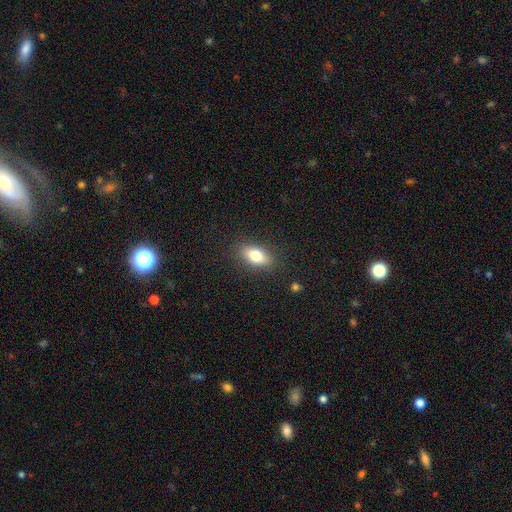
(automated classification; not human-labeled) Smooth or featured? Predicted: smooth (p=0.77). How rounded? Predicted: in between (p=0.84). Merging? Predicted: none (p=0.86).